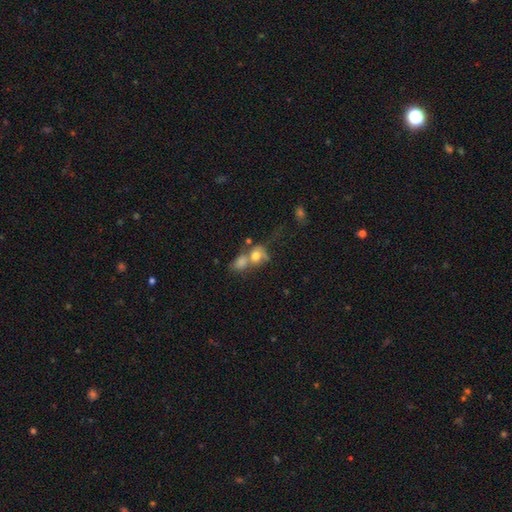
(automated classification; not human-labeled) smooth_or_featured: smooth (p=0.67) [alt: featured or disk p=0.21]
how_rounded: round (p=0.49) [alt: in between p=0.48]
merging: merger (p=0.60) [alt: none p=0.20]